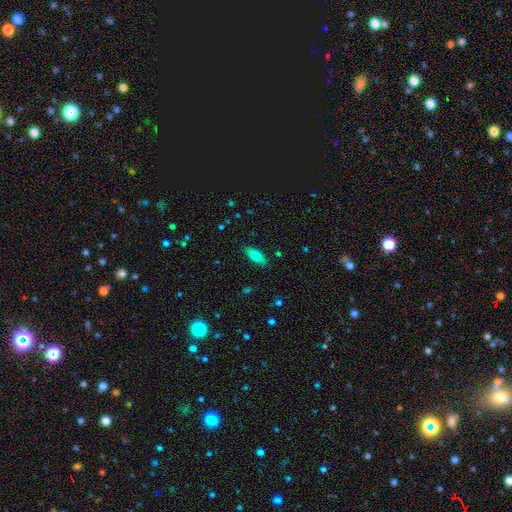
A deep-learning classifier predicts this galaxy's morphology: smooth-or-featured: smooth: 74% | featured or disk: 19% | star or artifact: 8%
  how-rounded: in between: 72% | cigar-shaped: 26% | round: 3%
  merging: none: 86% | minor disturbance: 10% | major disturbance: 2% | merger: 1%